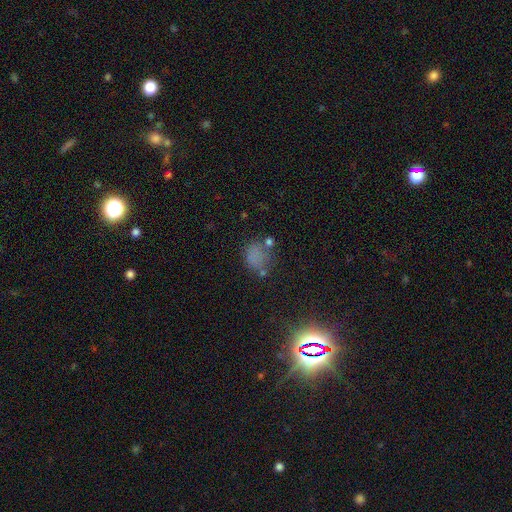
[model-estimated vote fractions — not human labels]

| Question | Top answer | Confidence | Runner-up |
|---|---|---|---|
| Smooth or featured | smooth | 66% | star or artifact (22%) |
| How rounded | round | 58% | in between (40%) |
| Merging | none | 57% | minor disturbance (20%) |